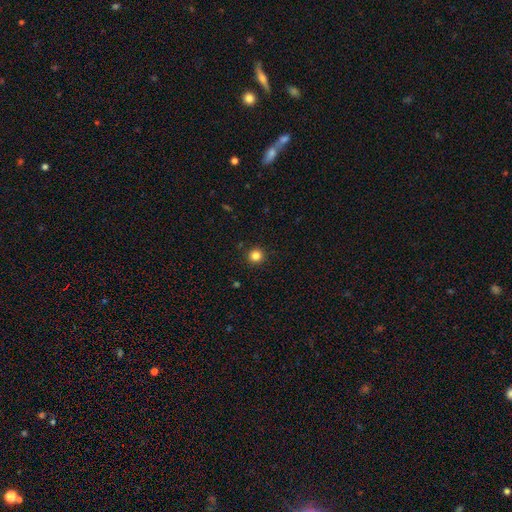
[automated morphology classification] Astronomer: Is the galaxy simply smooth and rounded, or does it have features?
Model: smooth — 83%.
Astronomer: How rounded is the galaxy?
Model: round — 95%.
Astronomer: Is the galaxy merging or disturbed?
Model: none — 92%.